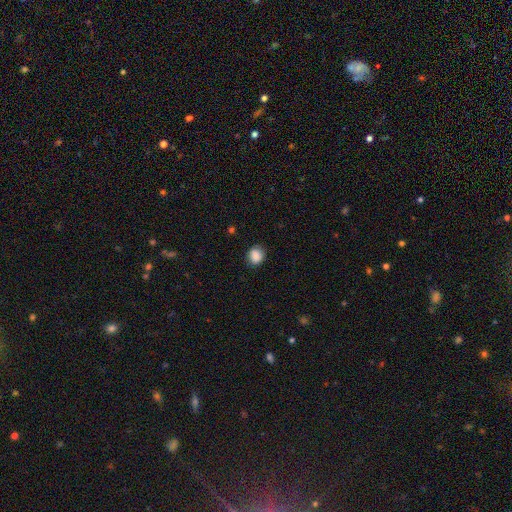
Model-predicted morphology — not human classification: type=smooth (88%); roundness=round (69%); merging=none (81%).